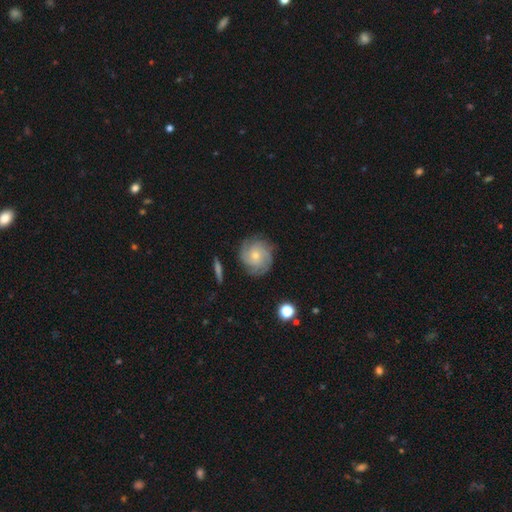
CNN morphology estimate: The model was most divided on "spiral arm count": can't tell: 31%, 3: 26%, 4: 20%, 2: 11%, more than 4: 7%, 1: 6%. More confident: edge-on disk — no (97%); spiral arms — yes (93%); merging — none (81%); bar — no (78%); smooth or featured — featured or disk (69%); spiral winding — tight (61%); bulge size — small (58%).